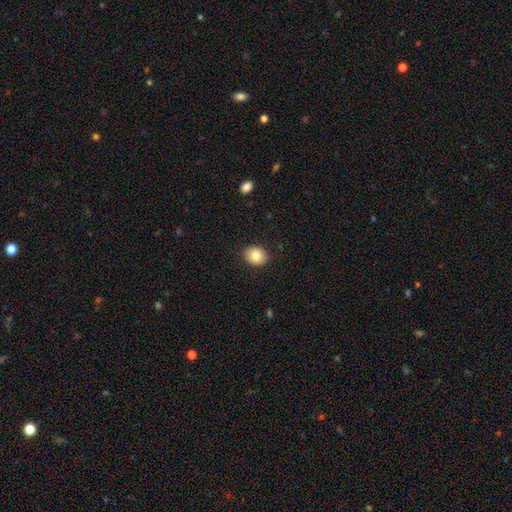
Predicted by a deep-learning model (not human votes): The model was most divided on "how rounded": round: 58%, in between: 41%, cigar-shaped: 1%. More confident: merging — none (90%); smooth or featured — smooth (81%).